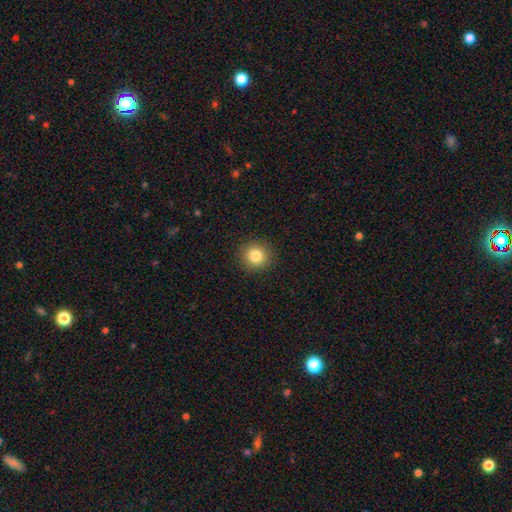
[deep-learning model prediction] Morphology: type=smooth (84%); roundness=round (92%); merging=none (92%).